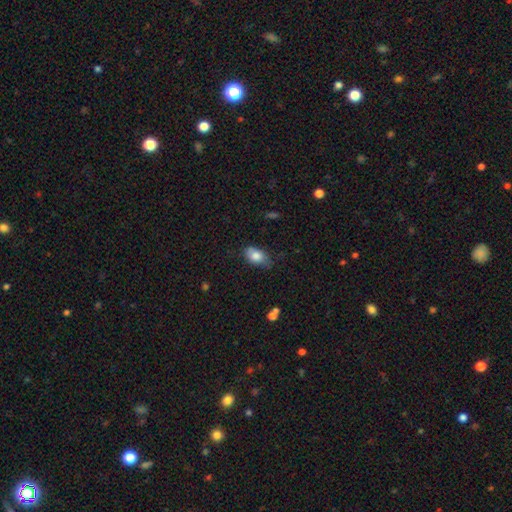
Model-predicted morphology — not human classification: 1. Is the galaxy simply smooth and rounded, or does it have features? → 81% smooth, 12% featured or disk, 7% star or artifact.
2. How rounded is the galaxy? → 88% in between, 10% round, 2% cigar-shaped.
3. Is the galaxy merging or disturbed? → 62% none, 30% minor disturbance, 6% major disturbance, 2% merger.